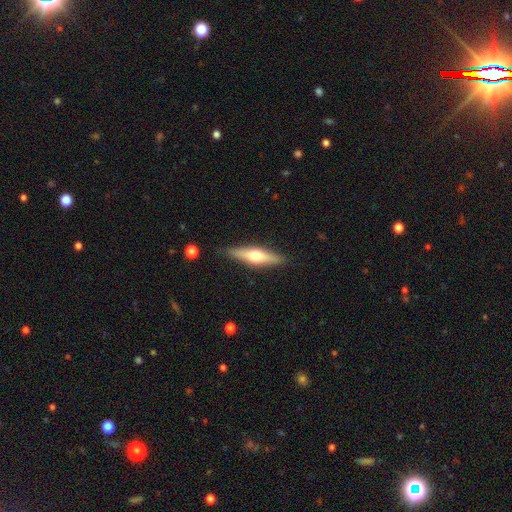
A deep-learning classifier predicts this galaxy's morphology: Smooth or featured? featured or disk (51%)
Edge-on disk? yes (93%)
Merging? none (88%)